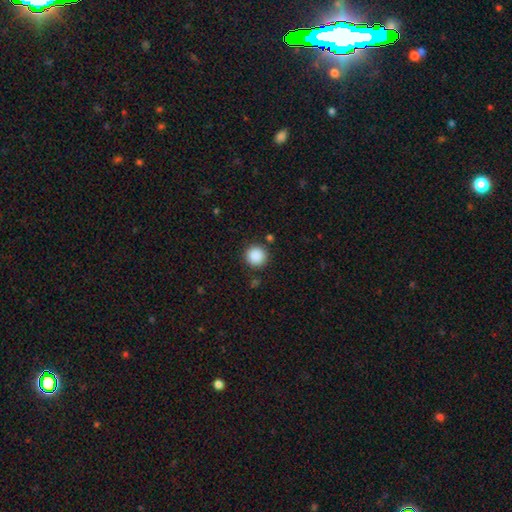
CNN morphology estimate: A smooth galaxy with no disk features (88%) that is round (95%).

Vote fractions:
- Smooth or featured? smooth: 88% / star or artifact: 9% / featured or disk: 3%
- How rounded? round: 95% / in between: 5% / cigar-shaped: 1%
- Merging? none: 88% / minor disturbance: 7% / major disturbance: 3% / merger: 2%